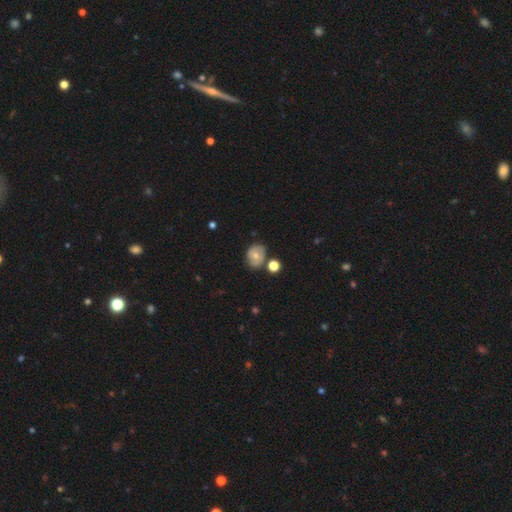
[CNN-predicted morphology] This is possibly a smooth galaxy (55%). How rounded: possibly round (53%). Merging: likely none (67%).